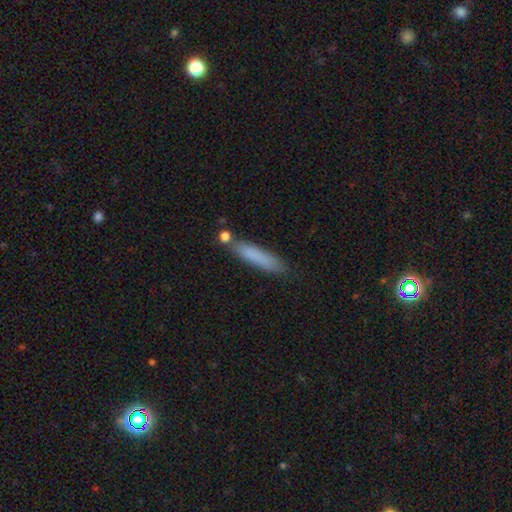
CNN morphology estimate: The model was most divided on "merging": none: 73%, minor disturbance: 15%, merger: 7%, major disturbance: 4%. More confident: how rounded — cigar-shaped (87%); smooth or featured — smooth (80%).